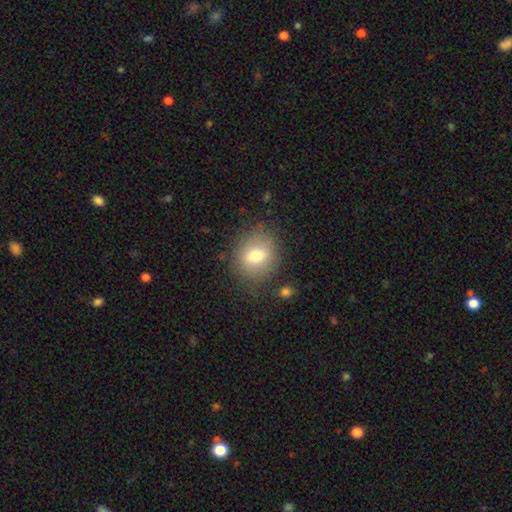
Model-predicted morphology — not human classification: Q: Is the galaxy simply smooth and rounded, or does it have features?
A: smooth — 70%.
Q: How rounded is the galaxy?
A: round — 70%.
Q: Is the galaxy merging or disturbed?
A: none — 78%.